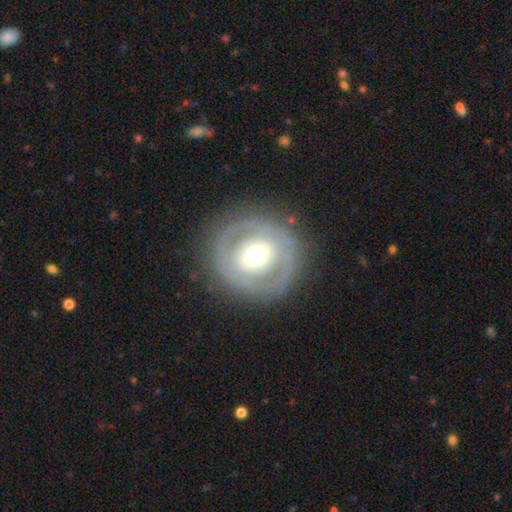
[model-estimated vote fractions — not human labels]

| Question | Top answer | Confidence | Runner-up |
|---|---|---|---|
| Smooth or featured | featured or disk | 57% | smooth (36%) |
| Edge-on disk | no | 95% | yes (5%) |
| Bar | no | 54% | weak (28%) |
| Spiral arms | no | 76% | yes (24%) |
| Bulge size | moderate | 61% | large (26%) |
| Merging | none | 80% | minor disturbance (11%) |